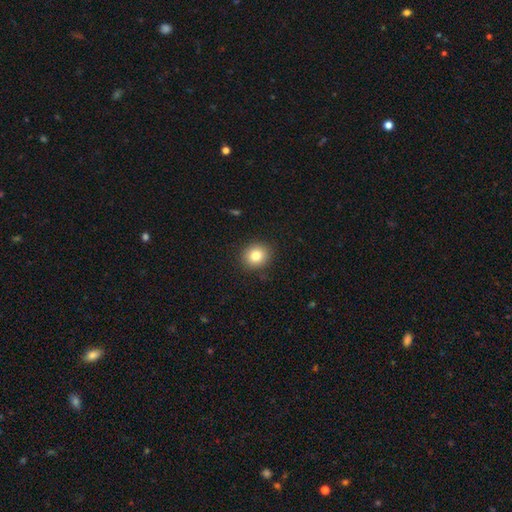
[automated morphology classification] Smooth or featured: smooth — 82% (star or artifact — 10%)
How rounded: round — 81% (in between — 18%)
Merging: none — 89% (minor disturbance — 7%)